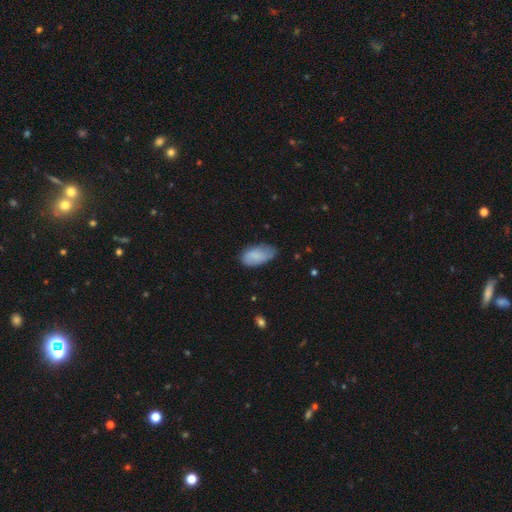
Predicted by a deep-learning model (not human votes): Morphology: type=smooth (79%); roundness=in between (94%); merging=none (57%).